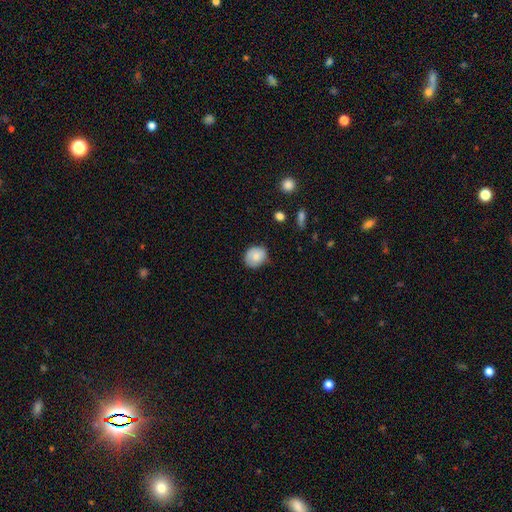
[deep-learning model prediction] Overall: smooth (80%). How rounded: round (61%; in between 38%). Merging: none (74%).